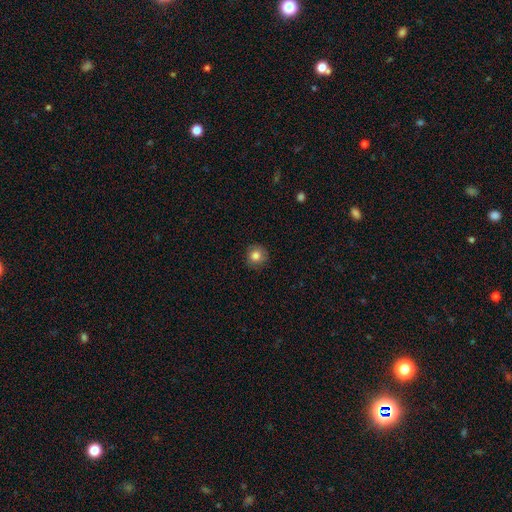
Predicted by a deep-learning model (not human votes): Smooth or featured? Predicted: smooth (p=0.82). How rounded? Predicted: round (p=0.93). Merging? Predicted: none (p=0.88).